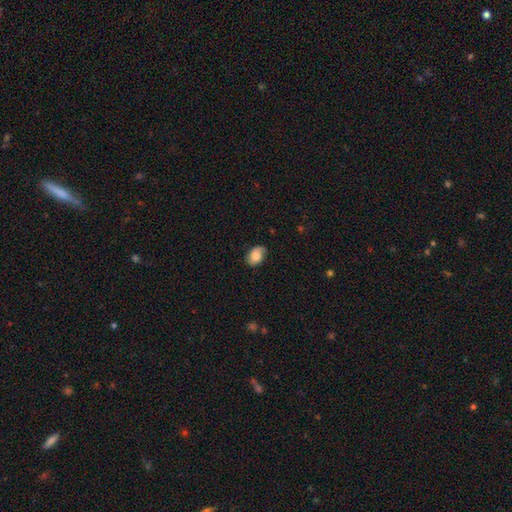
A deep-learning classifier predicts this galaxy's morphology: smooth 67%, featured or disk 24%, star or artifact 8%. Down the decision tree: how rounded — in between (78%); merging — none (73%).